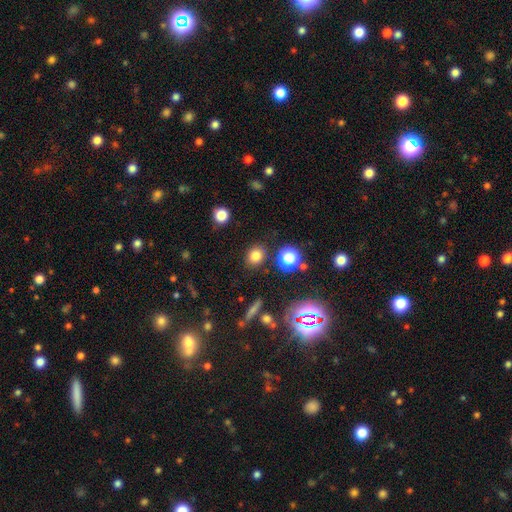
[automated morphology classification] Smooth or featured? smooth (79%)
How rounded? round (67%)
Merging? none (86%)